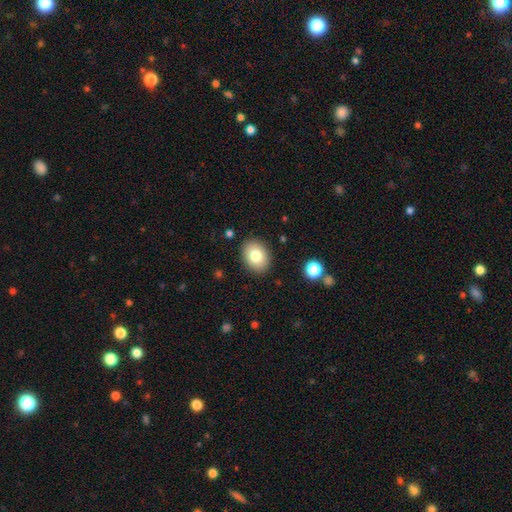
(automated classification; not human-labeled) A smooth galaxy with no disk features (79%) that is in between round and cigar-shaped (65%).

Vote fractions:
- Smooth or featured? smooth: 79% / featured or disk: 12% / star or artifact: 9%
- How rounded? in between: 65% / round: 34% / cigar-shaped: 1%
- Merging? none: 88% / minor disturbance: 8% / major disturbance: 2% / merger: 1%